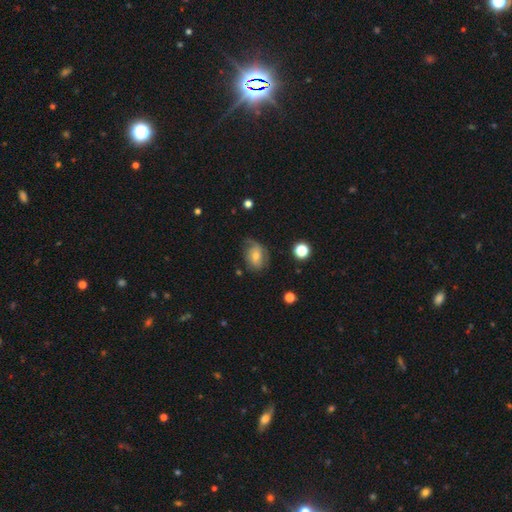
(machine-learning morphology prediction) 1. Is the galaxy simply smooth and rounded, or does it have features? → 52% smooth, 39% featured or disk, 10% star or artifact.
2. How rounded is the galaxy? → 65% in between, 33% round, 1% cigar-shaped.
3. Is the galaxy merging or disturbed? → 54% none, 30% minor disturbance, 14% major disturbance, 2% merger.